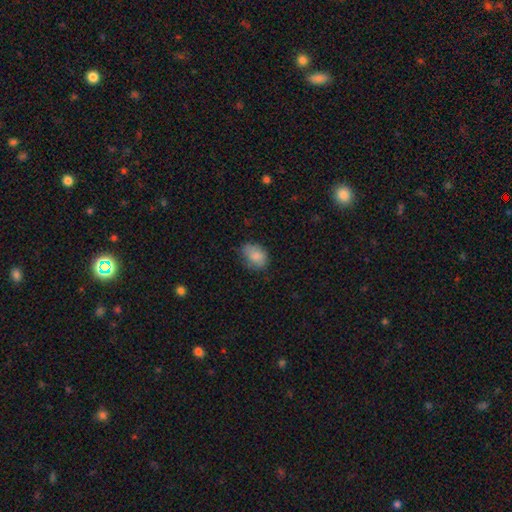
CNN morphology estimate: smooth_or_featured: smooth (p=0.84) [alt: featured or disk p=0.08]
how_rounded: in between (p=0.70) [alt: round p=0.29]
merging: none (p=0.62) [alt: minor disturbance p=0.30]